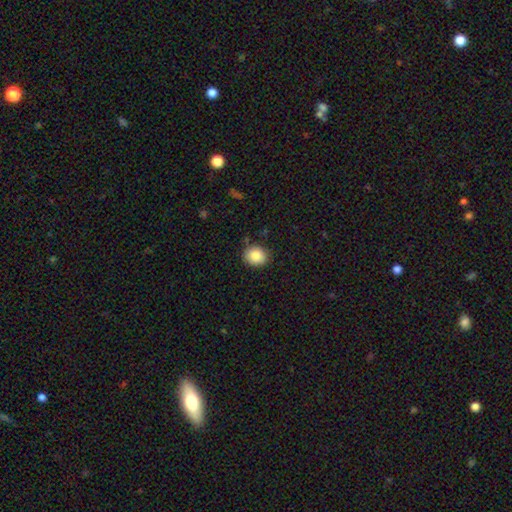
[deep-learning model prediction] A smooth galaxy with no disk features (87%) that is round (73%). Merging: none (85%).